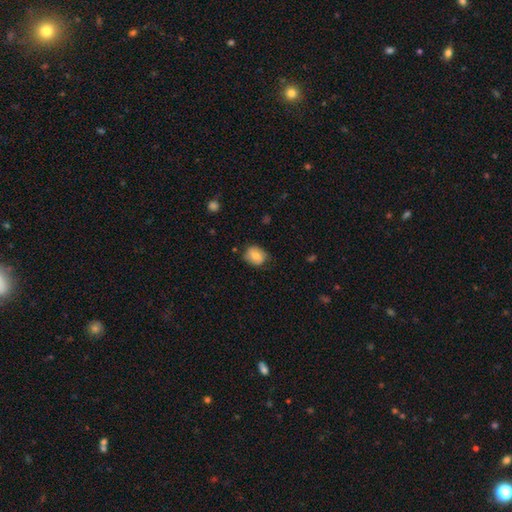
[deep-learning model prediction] Smooth or featured? smooth (74%)
How rounded? round (52%)
Merging? none (72%)